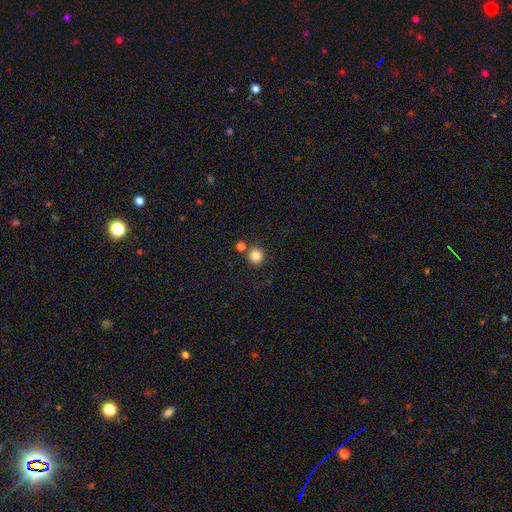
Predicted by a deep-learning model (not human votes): smooth_or_featured: smooth (p=0.84) [alt: star or artifact p=0.11]
how_rounded: round (p=0.92) [alt: in between p=0.07]
merging: none (p=0.81) [alt: merger p=0.10]